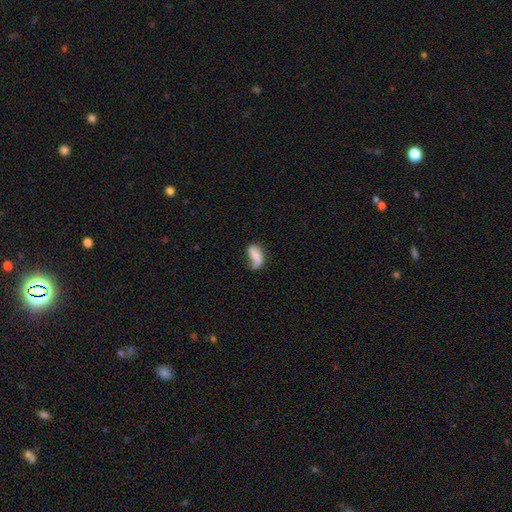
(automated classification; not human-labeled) smooth_or_featured: smooth (p=0.49) [alt: featured or disk p=0.43]
merging: none (p=0.37) [alt: major disturbance p=0.30]